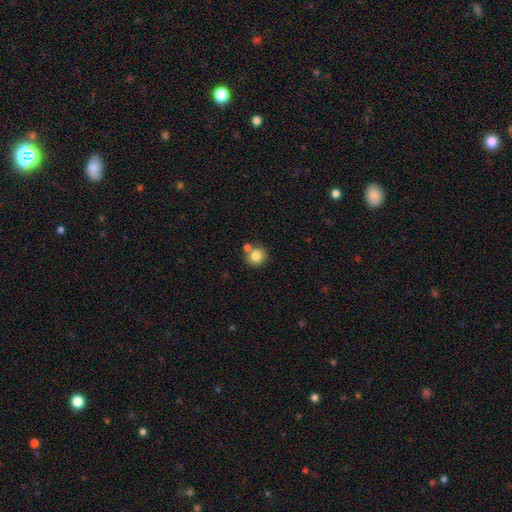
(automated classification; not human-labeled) smooth_or_featured: smooth (p=0.82) [alt: star or artifact p=0.10]
how_rounded: round (p=0.89) [alt: in between p=0.10]
merging: none (p=0.68) [alt: merger p=0.20]